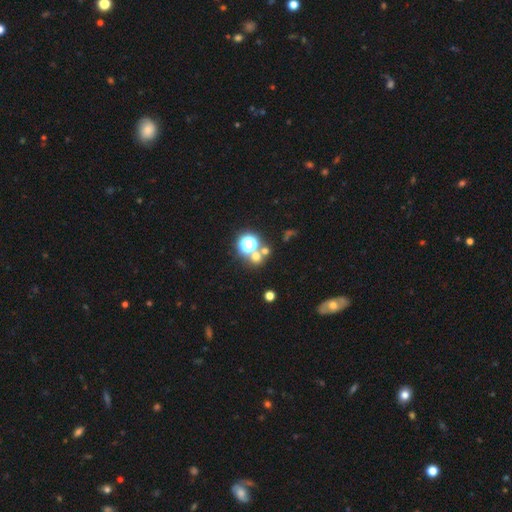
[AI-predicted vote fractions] Overall: smooth (54%; star or artifact 36%). How rounded: round (86%). Merging: none (61%; merger 27%).